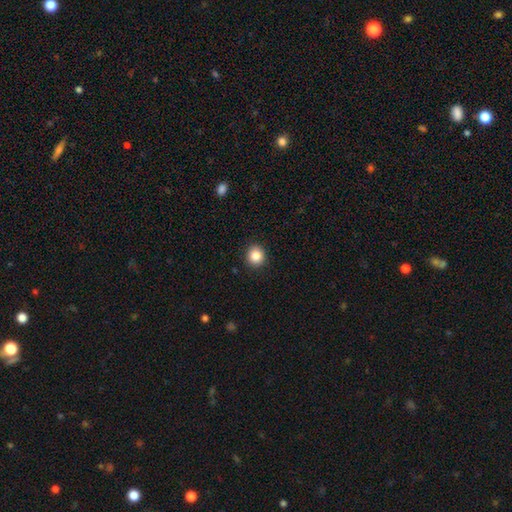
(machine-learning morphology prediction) Smooth or featured?
  - smooth: 85% *
  - star or artifact: 10%
  - featured or disk: 5%
How rounded?
  - round: 90% *
  - in between: 10%
  - cigar-shaped: 1%
Merging?
  - none: 92% *
  - minor disturbance: 5%
  - major disturbance: 2%
  - merger: 1%